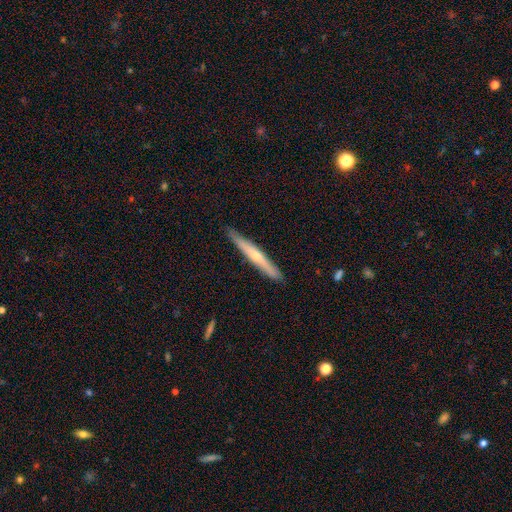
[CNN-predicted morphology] Overall: featured or disk (54%; smooth 40%). Edge-on disk: yes (95%). Edge-on bulge: rounded (67%; none 30%). Merging: none (89%).